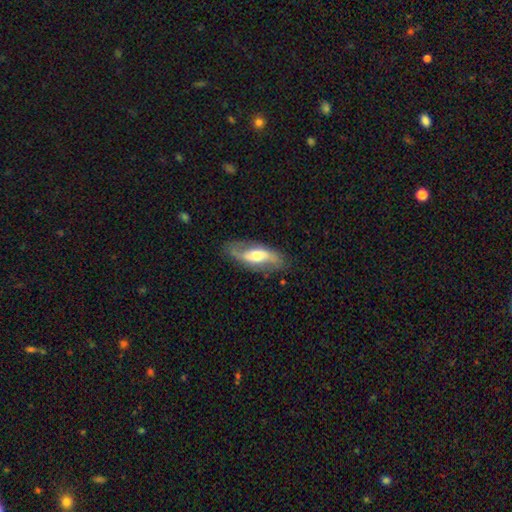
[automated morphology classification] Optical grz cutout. It shows a featured or disk galaxy (63%). Merging: none (75%).